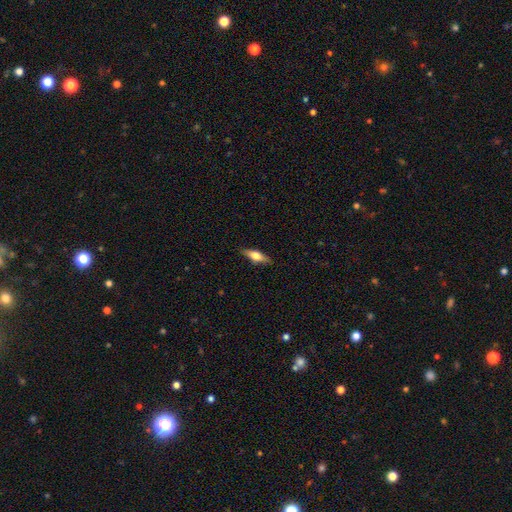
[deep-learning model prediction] This appears to be a smooth galaxy with no disk features (52%) that is cigar-shaped (49%). Merging: none (86%).